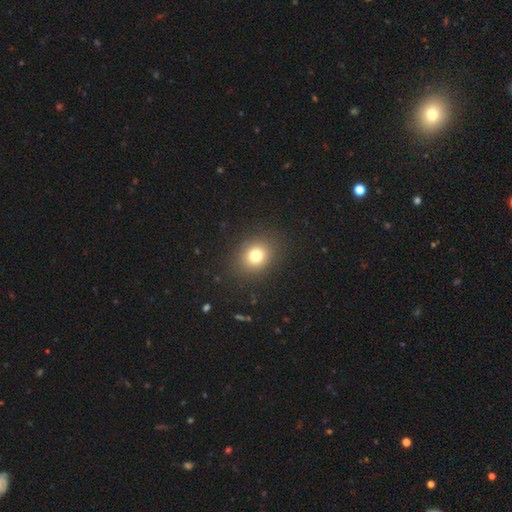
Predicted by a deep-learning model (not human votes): smooth_or_featured: smooth (p=0.77) [alt: star or artifact p=0.13]
how_rounded: round (p=0.65) [alt: in between p=0.35]
merging: none (p=0.88) [alt: minor disturbance p=0.07]